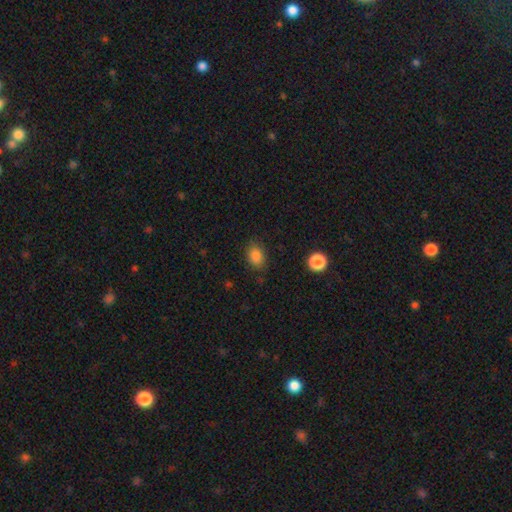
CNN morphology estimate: smooth 85%, star or artifact 11%, featured or disk 4%. Down the decision tree: how rounded — in between (71%); merging — none (81%).